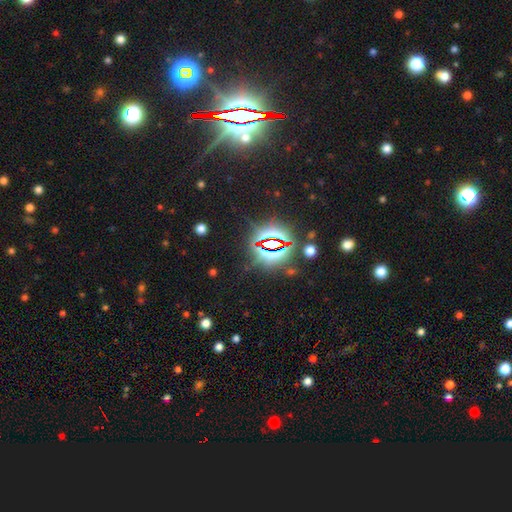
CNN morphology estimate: Smooth or featured? Predicted: star or artifact (p=0.85).